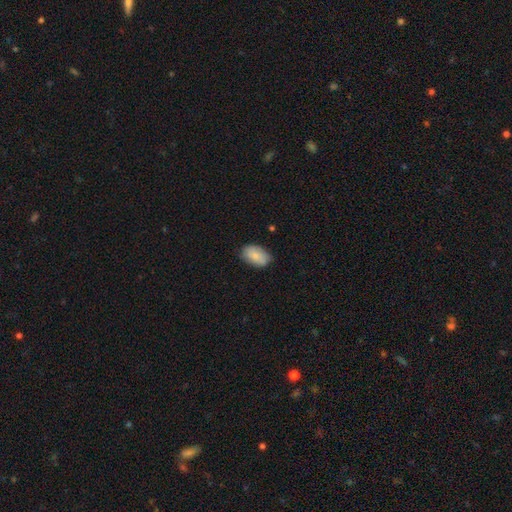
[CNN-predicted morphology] The model was most divided on "merging": none: 77%, minor disturbance: 18%, major disturbance: 3%, merger: 1%. More confident: how rounded — in between (91%); smooth or featured — smooth (80%).